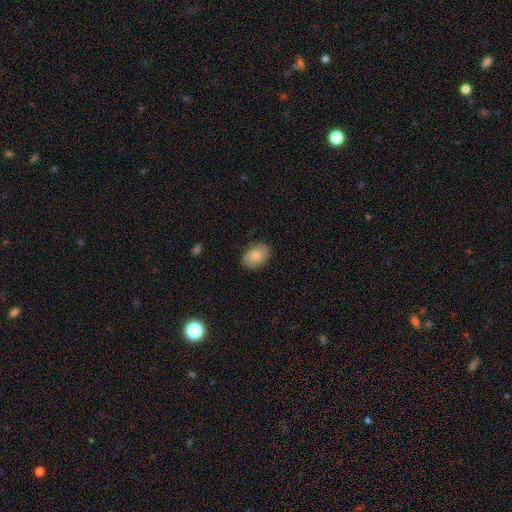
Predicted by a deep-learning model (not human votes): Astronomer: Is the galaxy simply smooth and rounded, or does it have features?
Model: smooth — 85%.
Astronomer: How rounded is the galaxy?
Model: in between — 84%.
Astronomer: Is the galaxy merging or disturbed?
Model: none — 84%.